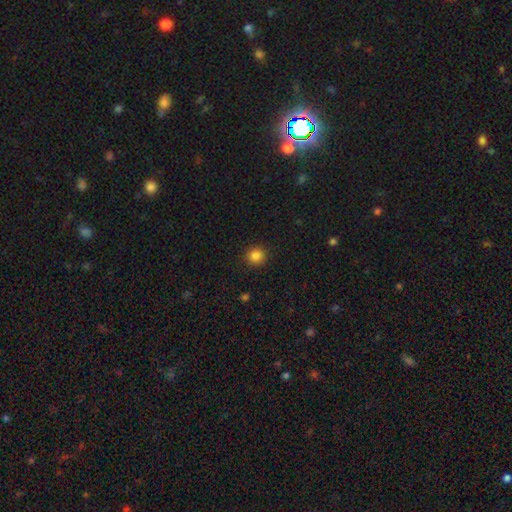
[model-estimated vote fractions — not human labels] smooth 86%, star or artifact 11%, featured or disk 3%. Down the decision tree: how rounded — round (91%); merging — none (92%).